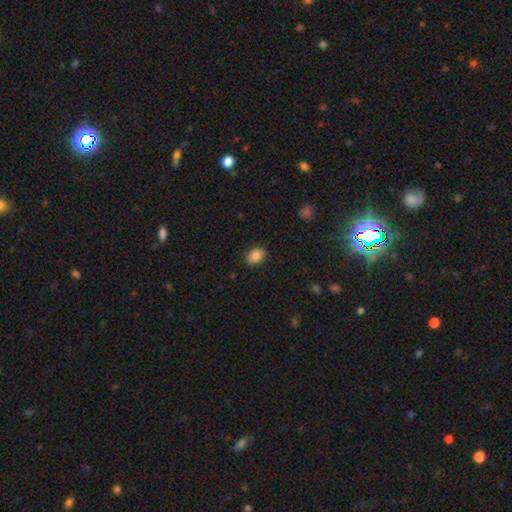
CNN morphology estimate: smooth_or_featured: smooth (p=0.87) [alt: star or artifact p=0.08]
how_rounded: in between (p=0.70) [alt: round p=0.28]
merging: none (p=0.87) [alt: minor disturbance p=0.10]